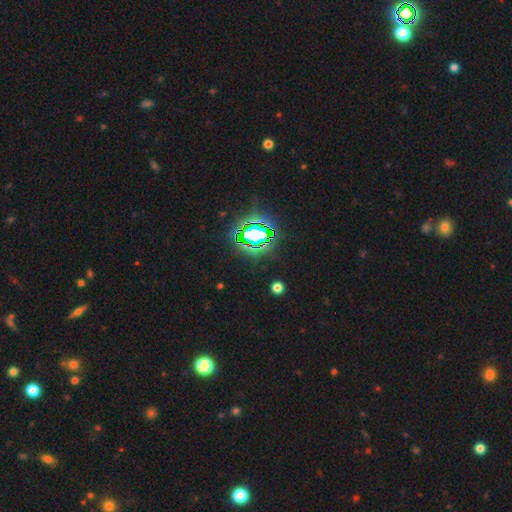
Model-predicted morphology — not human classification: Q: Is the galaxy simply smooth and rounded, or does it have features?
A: star or artifact — 78%.